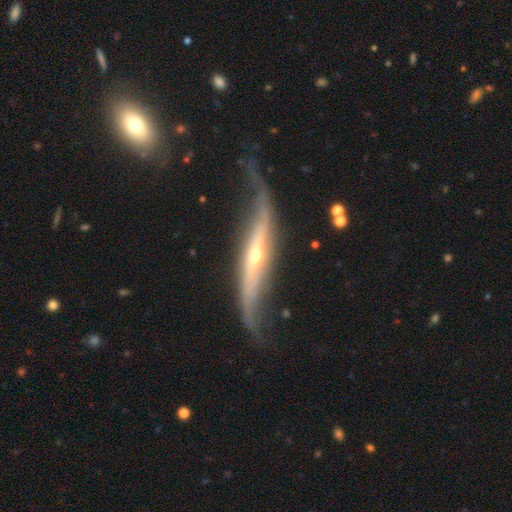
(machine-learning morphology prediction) smooth_or_featured: featured or disk (p=0.83) [alt: smooth p=0.13]
disk_edge_on: yes (p=0.51) [alt: no p=0.49]
merging: none (p=0.51) [alt: minor disturbance p=0.23]